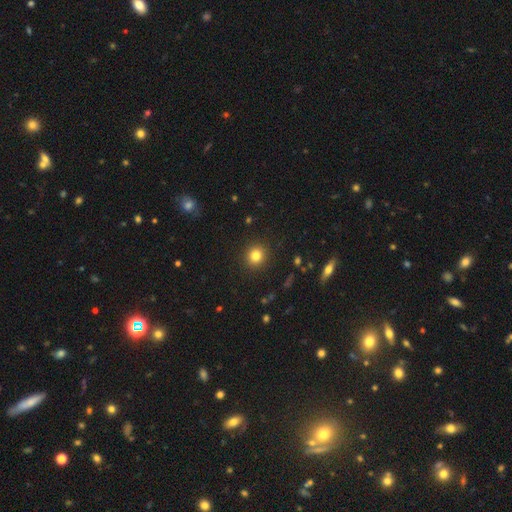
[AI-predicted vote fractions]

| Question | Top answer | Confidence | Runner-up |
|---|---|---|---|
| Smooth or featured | smooth | 81% | star or artifact (12%) |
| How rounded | round | 91% | in between (8%) |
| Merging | none | 92% | minor disturbance (5%) |